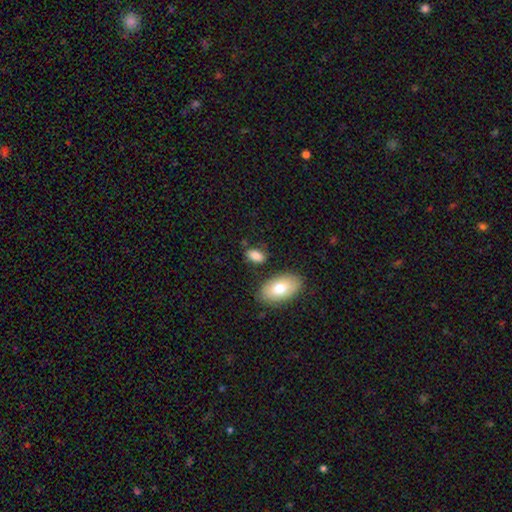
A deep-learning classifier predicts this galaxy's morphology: This is clearly a smooth galaxy (82%). How rounded: clearly in between (90%). Merging: likely none (75%).